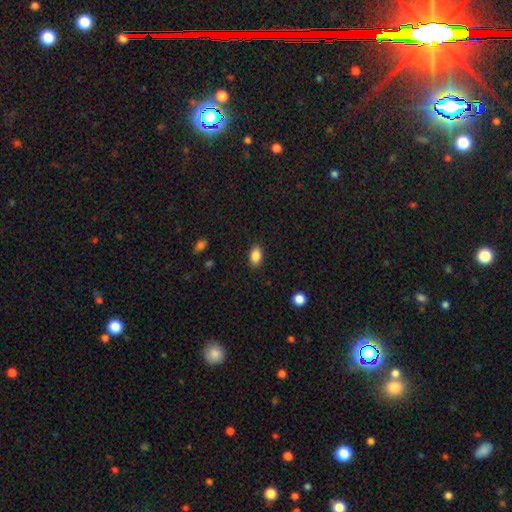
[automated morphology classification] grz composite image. It shows a smooth galaxy with no disk features (87%) that is in between round and cigar-shaped (88%). Merging: none (88%).